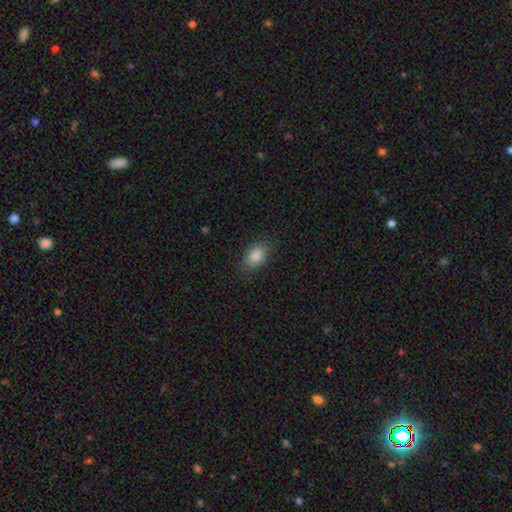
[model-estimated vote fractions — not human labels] Smooth or featured?
  - smooth: 85% *
  - star or artifact: 9%
  - featured or disk: 6%
How rounded?
  - in between: 85% *
  - round: 13%
  - cigar-shaped: 2%
Merging?
  - none: 86% *
  - minor disturbance: 11%
  - major disturbance: 3%
  - merger: 1%